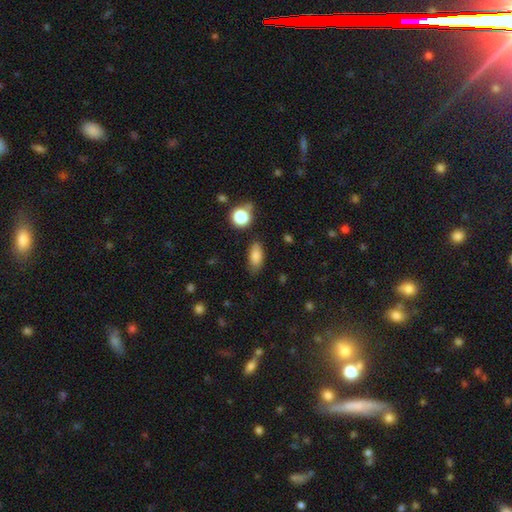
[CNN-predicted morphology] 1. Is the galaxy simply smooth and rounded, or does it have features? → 82% smooth, 10% star or artifact, 9% featured or disk.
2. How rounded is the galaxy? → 84% in between, 10% cigar-shaped, 6% round.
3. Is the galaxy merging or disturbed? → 75% none, 18% minor disturbance, 4% major disturbance, 3% merger.